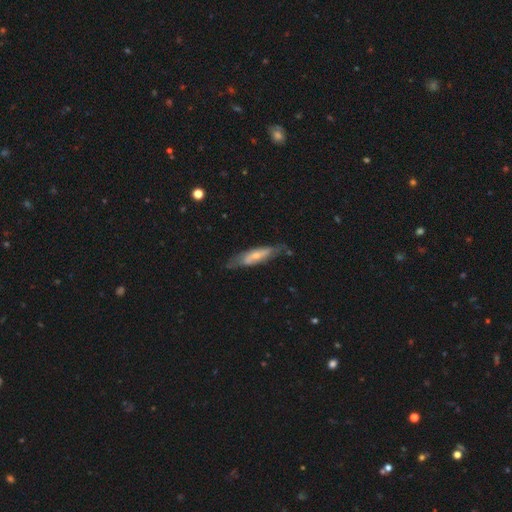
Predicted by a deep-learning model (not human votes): smooth_or_featured: featured or disk (p=0.50) [alt: smooth p=0.44]
disk_edge_on: no (p=0.53) [alt: yes p=0.47]
merging: none (p=0.70) [alt: minor disturbance p=0.22]